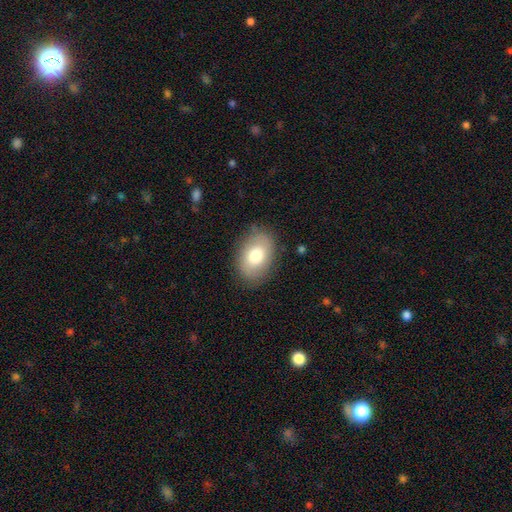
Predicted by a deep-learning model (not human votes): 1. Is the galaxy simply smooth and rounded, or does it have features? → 72% smooth, 20% featured or disk, 7% star or artifact.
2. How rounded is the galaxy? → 83% in between, 16% round, 1% cigar-shaped.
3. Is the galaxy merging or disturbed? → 81% none, 14% minor disturbance, 4% major disturbance, 1% merger.